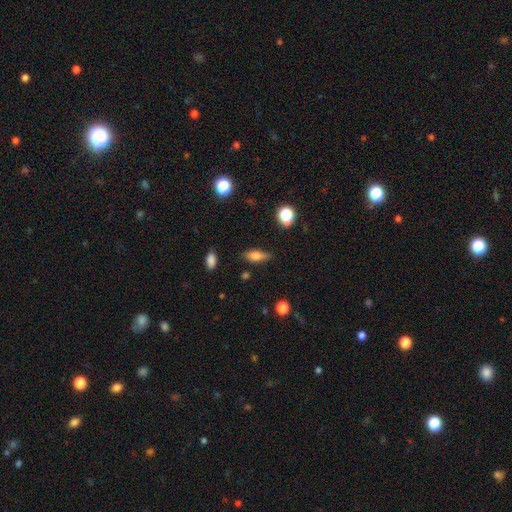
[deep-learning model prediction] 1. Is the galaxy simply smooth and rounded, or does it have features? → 62% smooth, 28% featured or disk, 10% star or artifact.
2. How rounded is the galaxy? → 62% in between, 32% cigar-shaped, 6% round.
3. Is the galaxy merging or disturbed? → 76% none, 18% minor disturbance, 4% major disturbance, 2% merger.